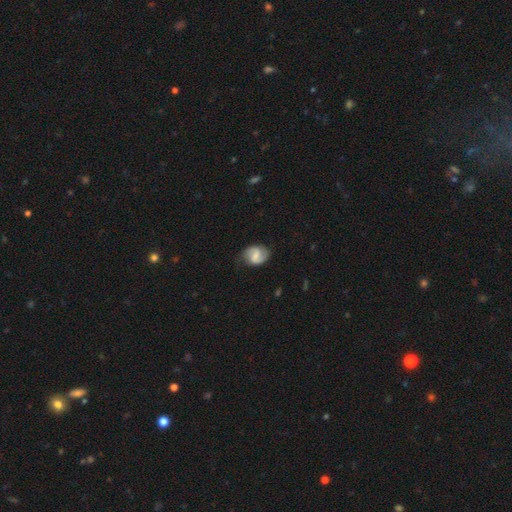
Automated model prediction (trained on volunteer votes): featured or disk 68%, smooth 26%, star or artifact 6%. Down the decision tree: edge-on disk — no (98%); bar — weak (53%); spiral arms — yes (92%); spiral arm count — 2 (88%); spiral winding — medium (45%); bulge size — small (39%); merging — none (75%).